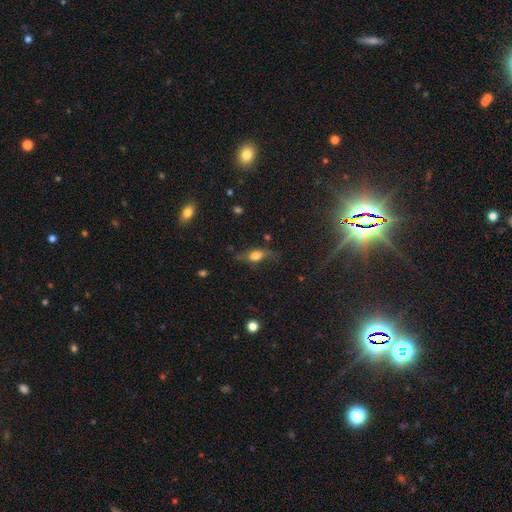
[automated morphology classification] Smooth or featured? smooth (49%)
Merging? none (63%)